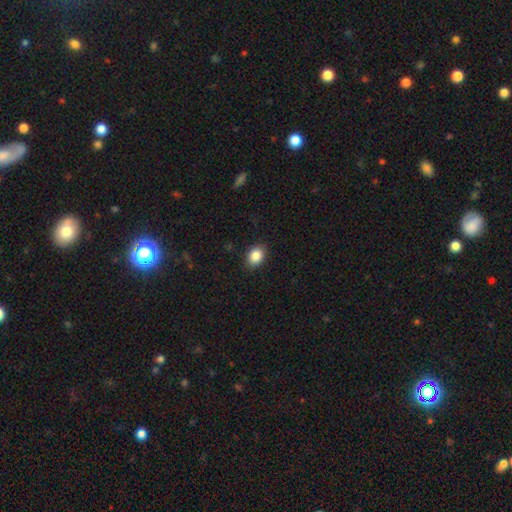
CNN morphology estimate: Smooth or featured?
  - smooth: 86% *
  - star or artifact: 9%
  - featured or disk: 5%
How rounded?
  - in between: 65% *
  - round: 34%
  - cigar-shaped: 1%
Merging?
  - none: 88% *
  - minor disturbance: 9%
  - major disturbance: 2%
  - merger: 1%